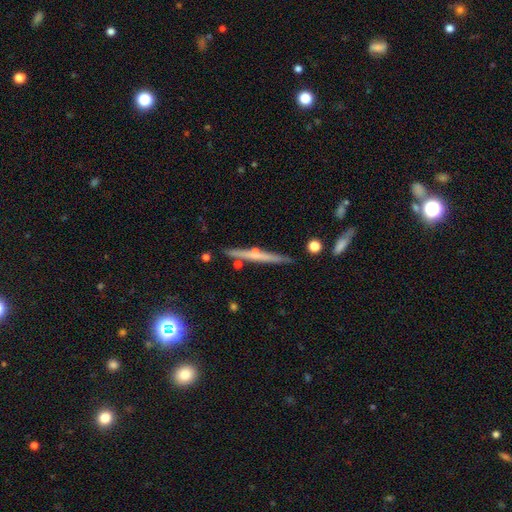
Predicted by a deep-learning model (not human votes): smooth_or_featured: featured or disk (p=0.62) [alt: smooth p=0.29]
disk_edge_on: yes (p=0.97) [alt: no p=0.03]
edge_on_bulge: rounded (p=0.46) [tied with: none p=0.46]
merging: none (p=0.86) [alt: minor disturbance p=0.09]